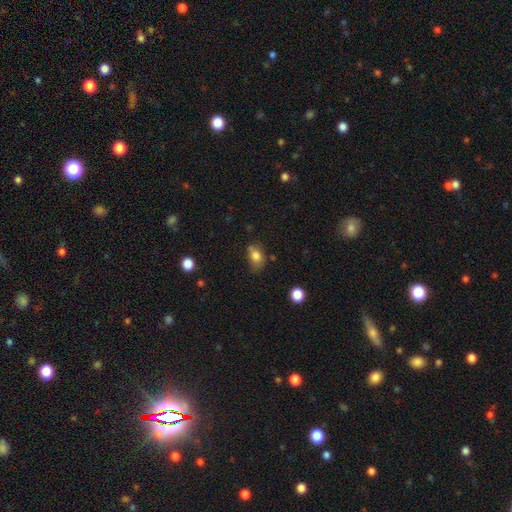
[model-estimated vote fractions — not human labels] Smooth or featured? smooth (79%)
How rounded? in between (75%)
Merging? none (47%)